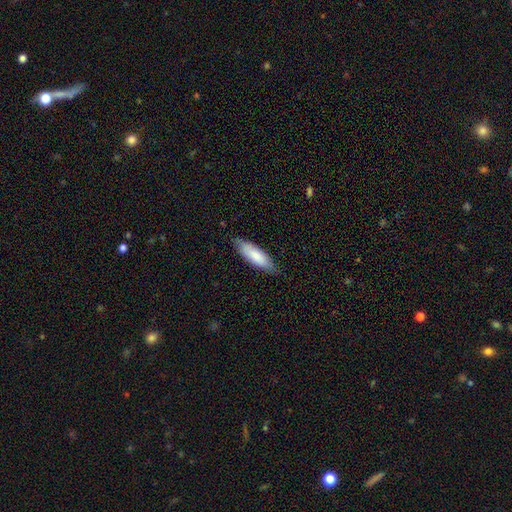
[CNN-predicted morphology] smooth_or_featured: smooth (p=0.78) [alt: featured or disk p=0.16]
how_rounded: in between (p=0.52) [alt: cigar-shaped p=0.47]
merging: none (p=0.77) [alt: minor disturbance p=0.19]